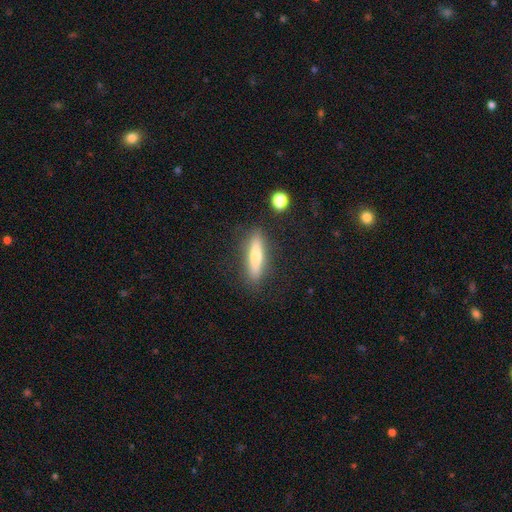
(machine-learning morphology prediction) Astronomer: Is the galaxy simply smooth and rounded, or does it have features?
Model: smooth — 52% (runner-up: featured or disk, 40%).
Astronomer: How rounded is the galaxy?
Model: cigar-shaped — 84%.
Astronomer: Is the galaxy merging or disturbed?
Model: none — 87%.